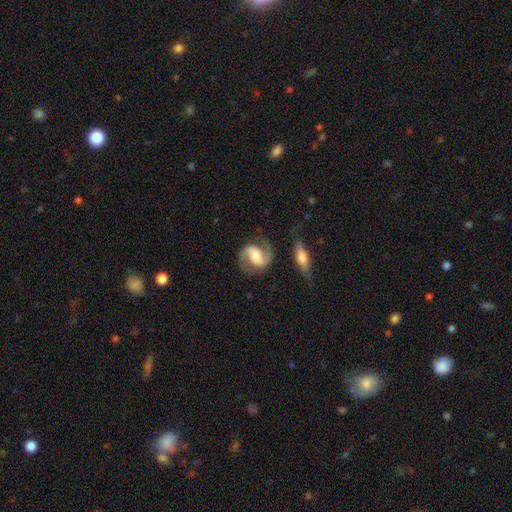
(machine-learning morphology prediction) The model was most divided on "bar": weak: 40%, no: 36%, strong: 25%. Remaining: edge-on disk — no (98%); spiral arms — yes (97%); spiral arm count — 2 (93%); smooth or featured — featured or disk (87%); merging — none (78%); spiral winding — medium (57%); bulge size — moderate (35%).